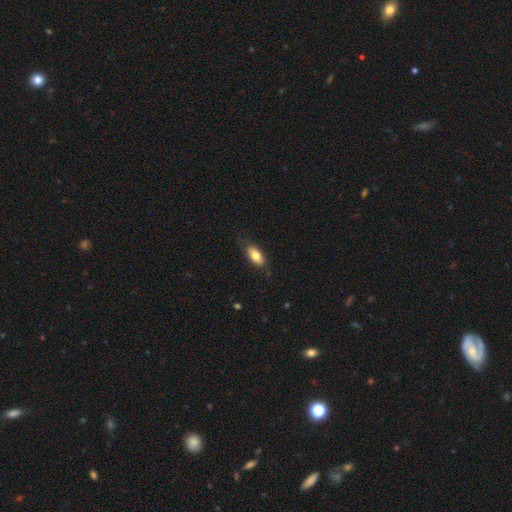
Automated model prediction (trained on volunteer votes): smooth 76%, featured or disk 17%, star or artifact 7%. Down the decision tree: how rounded — in between (88%); merging — none (77%).